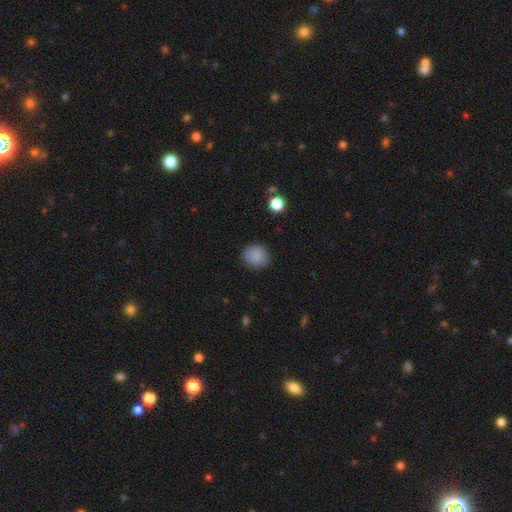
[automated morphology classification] This appears to be a smooth galaxy with no disk features (86%) that is round (82%). Merging: none (86%).